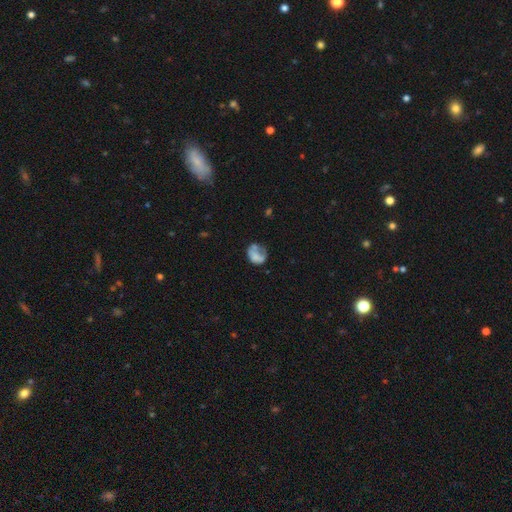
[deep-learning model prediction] Smooth or featured? smooth (56%)
How rounded? round (51%)
Merging? none (35%)